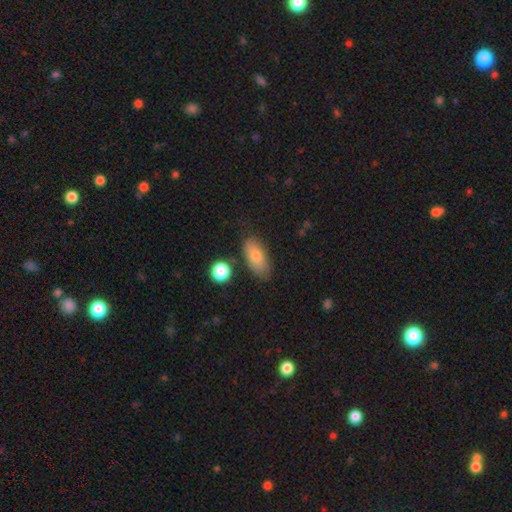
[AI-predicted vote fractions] Smooth or featured? Predicted: smooth (p=0.78). How rounded? Predicted: in between (p=0.86). Merging? Predicted: none (p=0.75).